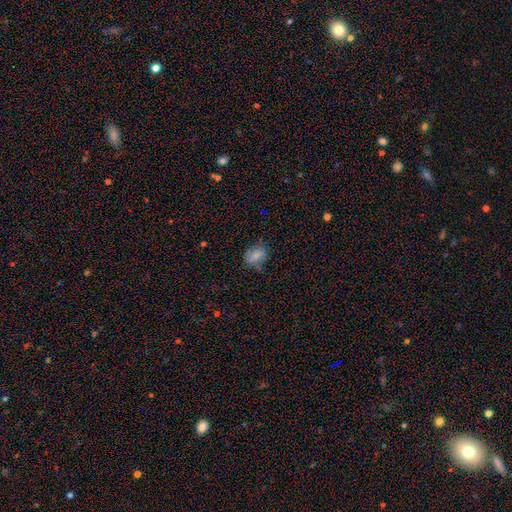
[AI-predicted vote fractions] Overall: smooth (78%). How rounded: in between (69%; round 29%). Merging: none (67%).